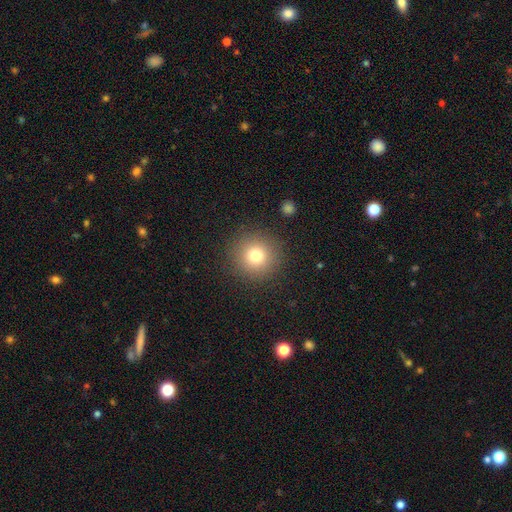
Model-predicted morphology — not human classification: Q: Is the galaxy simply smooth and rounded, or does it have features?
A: smooth — 77%.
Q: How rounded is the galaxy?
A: round — 95%.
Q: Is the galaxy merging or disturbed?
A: none — 90%.